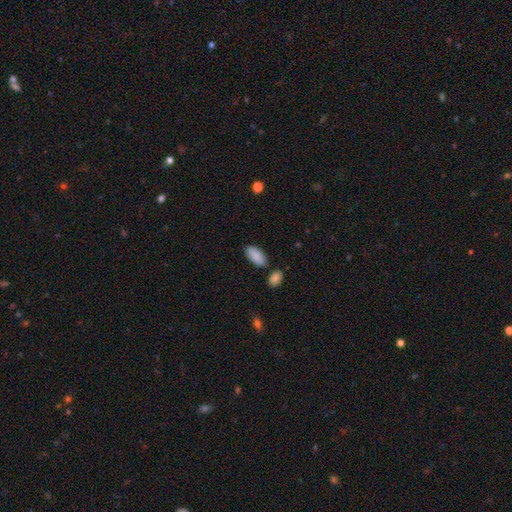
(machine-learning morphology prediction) Smooth or featured?
  - smooth: 89% *
  - star or artifact: 6%
  - featured or disk: 5%
How rounded?
  - in between: 93% *
  - cigar-shaped: 5%
  - round: 2%
Merging?
  - none: 79% *
  - minor disturbance: 11%
  - merger: 7%
  - major disturbance: 3%